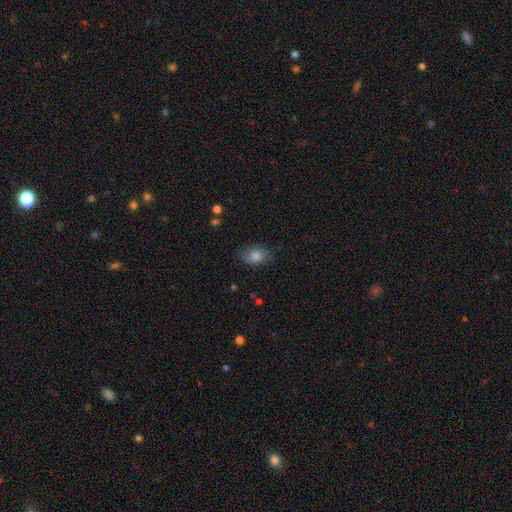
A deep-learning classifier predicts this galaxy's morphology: smooth_or_featured: smooth (p=0.72) [alt: featured or disk p=0.17]
how_rounded: in between (p=0.71) [alt: round p=0.27]
merging: none (p=0.74) [alt: minor disturbance p=0.19]